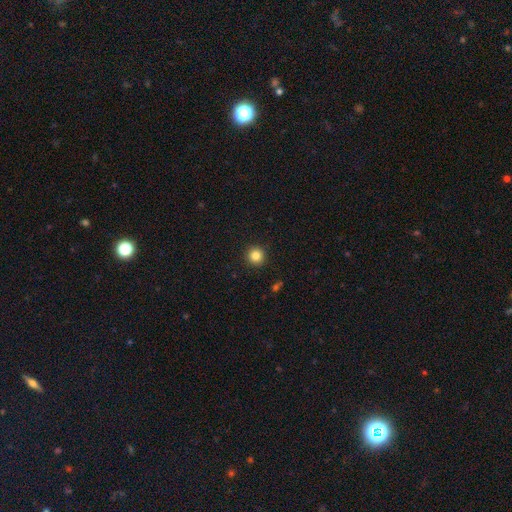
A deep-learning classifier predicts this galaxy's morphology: Overall: smooth (85%). How rounded: round (95%). Merging: none (93%).